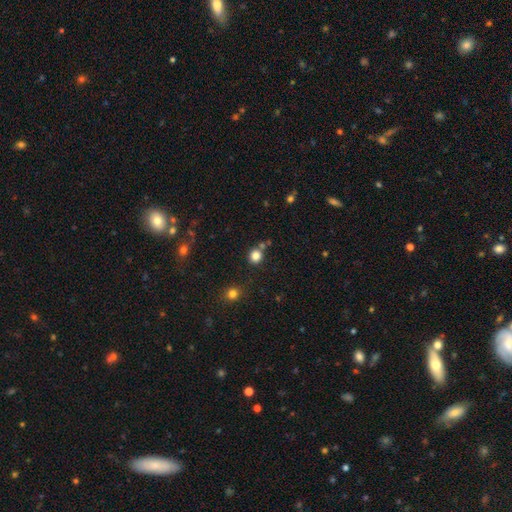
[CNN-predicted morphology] smooth_or_featured: smooth (p=0.82) [alt: star or artifact p=0.13]
how_rounded: round (p=0.87) [alt: in between p=0.12]
merging: none (p=0.72) [alt: merger p=0.15]